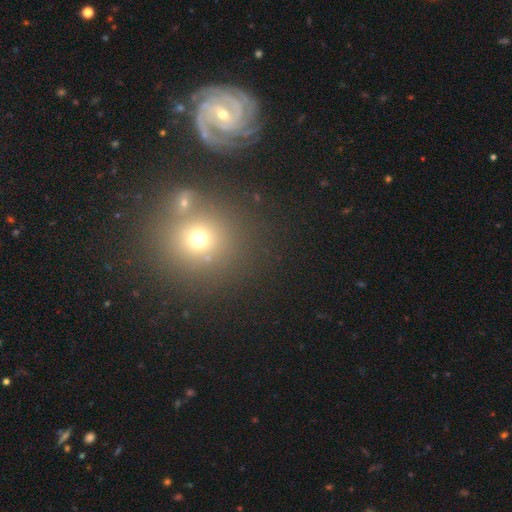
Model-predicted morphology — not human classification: A smooth galaxy with no disk features (47%).

Vote fractions:
- Smooth or featured? smooth: 47% / star or artifact: 27% / featured or disk: 25%
- Merging? none: 77% / merger: 11% / minor disturbance: 9% / major disturbance: 3%